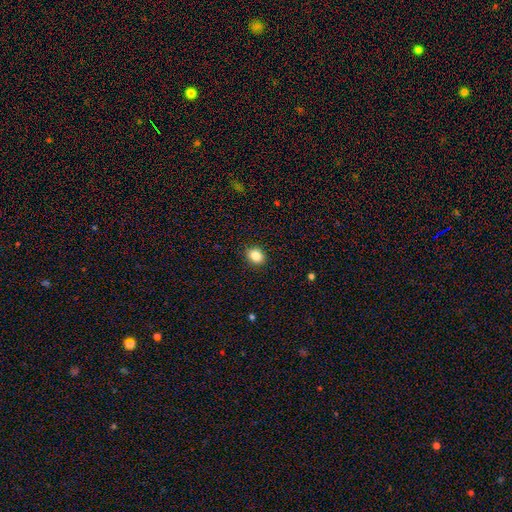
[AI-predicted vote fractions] smooth_or_featured: smooth (p=0.84) [alt: star or artifact p=0.10]
how_rounded: round (p=0.56) [alt: in between p=0.43]
merging: none (p=0.90) [alt: minor disturbance p=0.07]